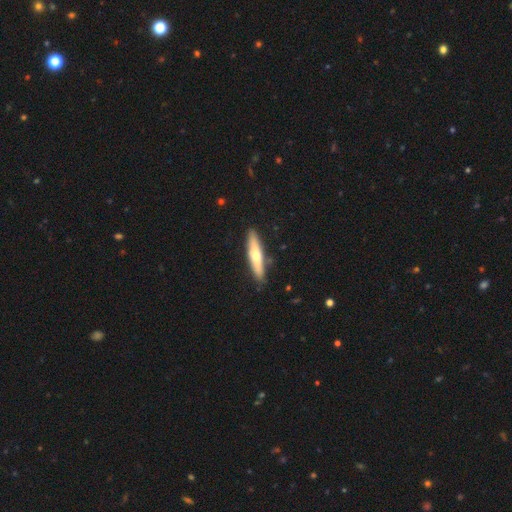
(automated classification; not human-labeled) Smooth or featured? smooth (55%)
How rounded? cigar-shaped (81%)
Merging? none (86%)